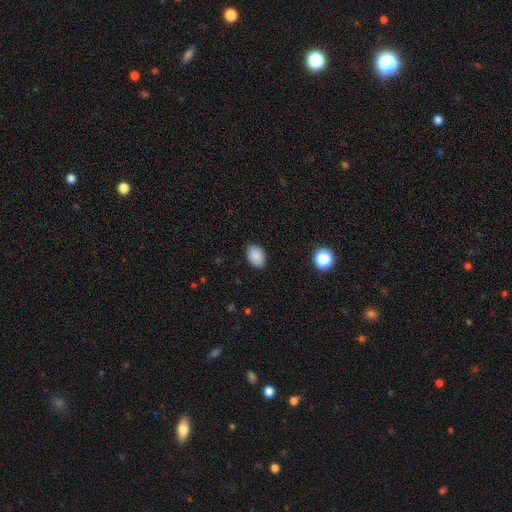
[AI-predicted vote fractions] Q: Smooth or featured?
A: smooth (88%); runner-up: star or artifact (8%)
Q: How rounded?
A: in between (81%); runner-up: round (18%)
Q: Merging?
A: none (85%); runner-up: minor disturbance (12%)